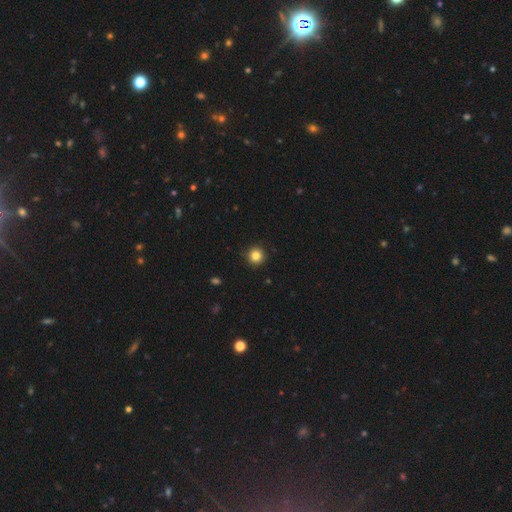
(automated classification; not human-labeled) Smooth or featured? Predicted: smooth (p=0.84). How rounded? Predicted: round (p=0.96). Merging? Predicted: none (p=0.92).